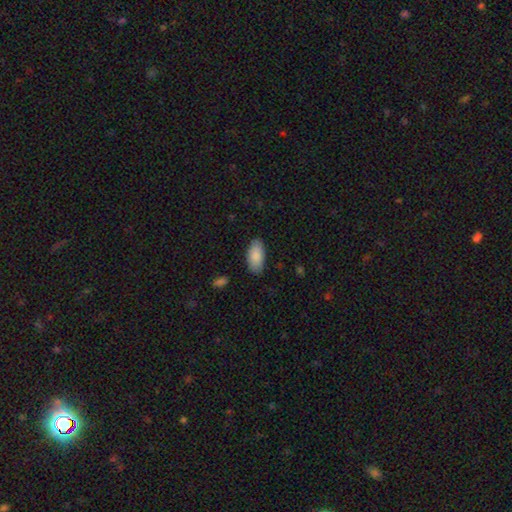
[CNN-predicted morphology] This appears to be a smooth galaxy with no disk features (88%) that is in between round and cigar-shaped (93%). Merging: none (85%).